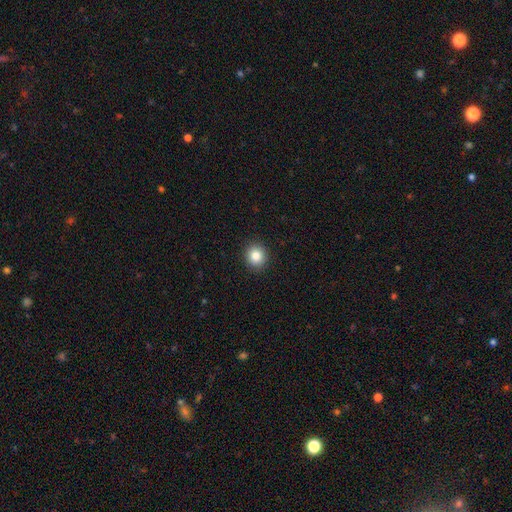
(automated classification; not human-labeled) A smooth galaxy with no disk features (84%) that is round (86%). Merging: none (92%).